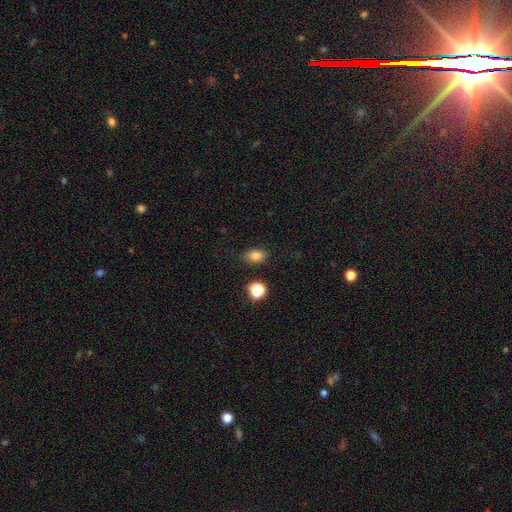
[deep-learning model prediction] Smooth or featured?
  - smooth: 81% *
  - star or artifact: 12%
  - featured or disk: 7%
How rounded?
  - in between: 78% *
  - round: 20%
  - cigar-shaped: 2%
Merging?
  - none: 83% *
  - minor disturbance: 12%
  - major disturbance: 3%
  - merger: 3%